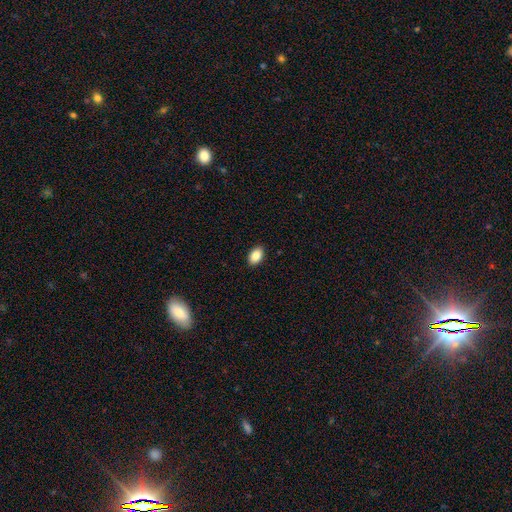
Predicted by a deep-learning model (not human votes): Smooth or featured: smooth — 87% (star or artifact — 8%)
How rounded: in between — 90% (round — 8%)
Merging: none — 90% (minor disturbance — 7%)